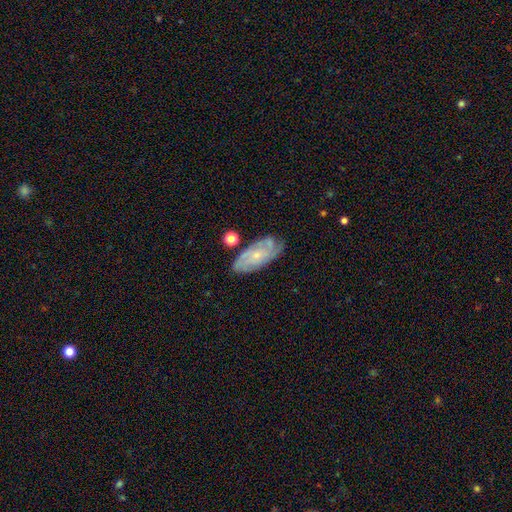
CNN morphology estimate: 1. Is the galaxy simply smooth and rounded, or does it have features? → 73% featured or disk, 20% smooth, 7% star or artifact.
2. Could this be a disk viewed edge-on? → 93% no, 7% yes.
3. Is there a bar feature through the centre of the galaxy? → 74% no, 22% weak, 4% strong.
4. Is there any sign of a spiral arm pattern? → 91% yes, 9% no.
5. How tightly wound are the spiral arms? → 61% tight, 31% medium, 9% loose.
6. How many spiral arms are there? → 36% can't tell, 21% 3, 20% 2, 14% 4, 5% more than 4, 4% 1.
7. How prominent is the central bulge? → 75% small, 18% moderate, 4% none, 1% large, 1% dominant.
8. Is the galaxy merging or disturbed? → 69% none, 20% minor disturbance, 6% major disturbance, 5% merger.